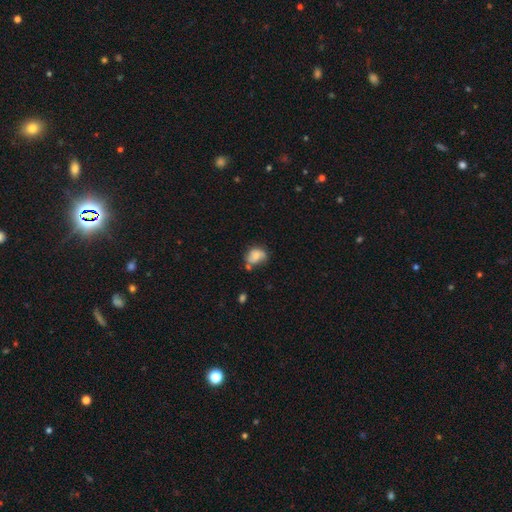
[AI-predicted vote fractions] Smooth or featured?
  - smooth: 66% *
  - featured or disk: 25%
  - star or artifact: 10%
How rounded?
  - in between: 57% *
  - round: 42%
  - cigar-shaped: 1%
Merging?
  - none: 43% *
  - minor disturbance: 32%
  - merger: 14%
  - major disturbance: 11%